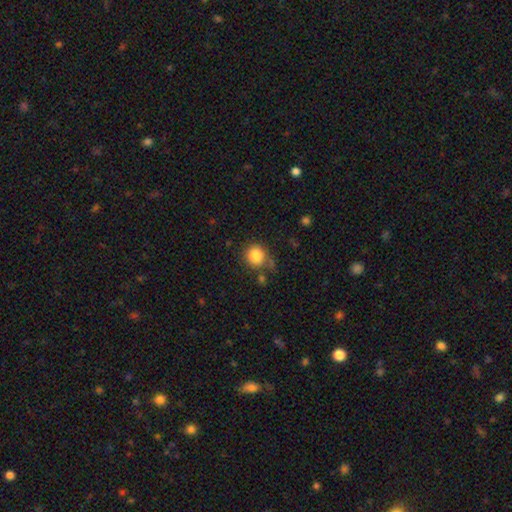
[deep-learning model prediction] The model was most divided on "merging": none: 73%, minor disturbance: 14%, merger: 8%, major disturbance: 5%. More confident: how rounded — round (89%); smooth or featured — smooth (85%).